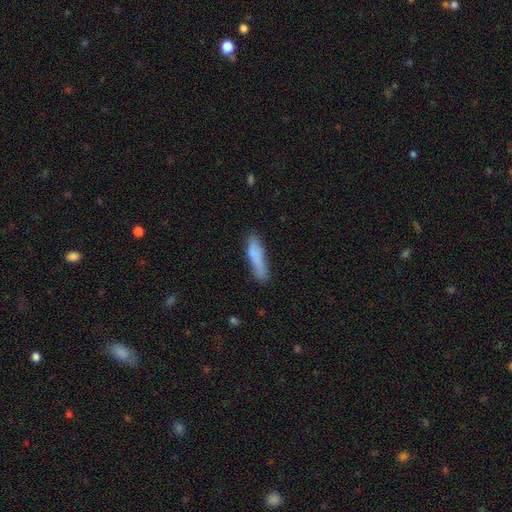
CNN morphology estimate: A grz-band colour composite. It shows a smooth galaxy with no disk features (79%) that is cigar-shaped (80%). Merging: none (69%).